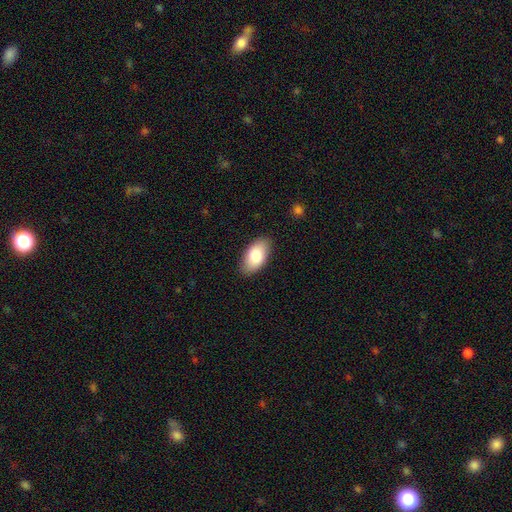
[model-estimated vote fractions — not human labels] The model was most divided on "smooth or featured": smooth: 83%, featured or disk: 11%, star or artifact: 6%. More confident: how rounded — in between (94%); merging — none (86%).